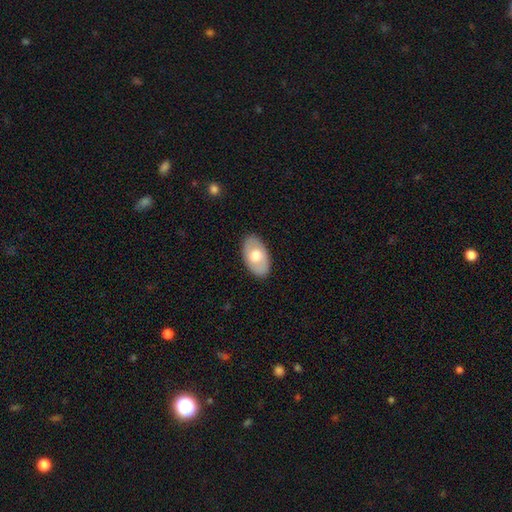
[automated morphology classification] Smooth or featured? smooth (60%)
How rounded? in between (93%)
Merging? none (86%)